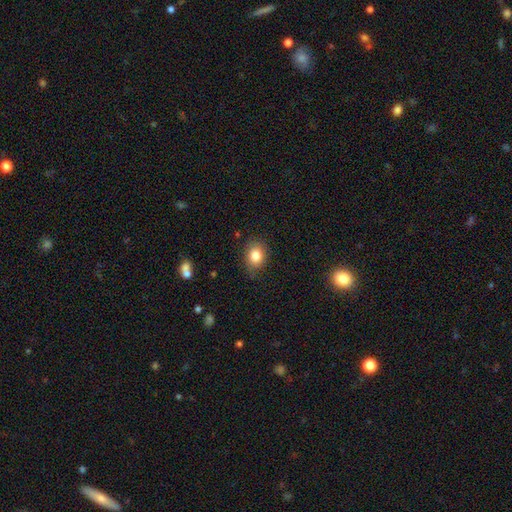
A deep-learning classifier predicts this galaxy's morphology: This is clearly a smooth galaxy (83%). How rounded: possibly in between (53%). Merging: likely none (76%).